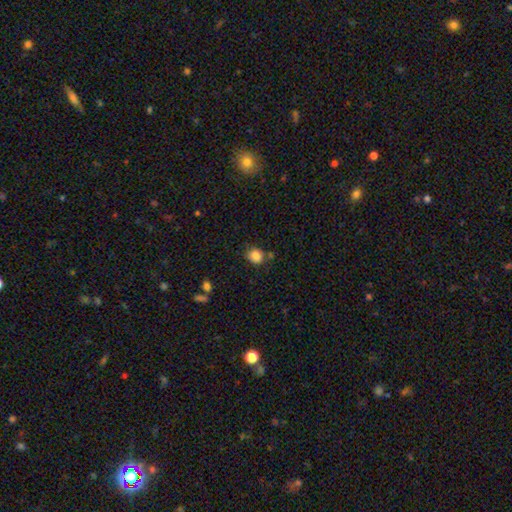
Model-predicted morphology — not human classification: smooth 85%, star or artifact 10%, featured or disk 5%. Down the decision tree: how rounded — round (71%); merging — none (70%).